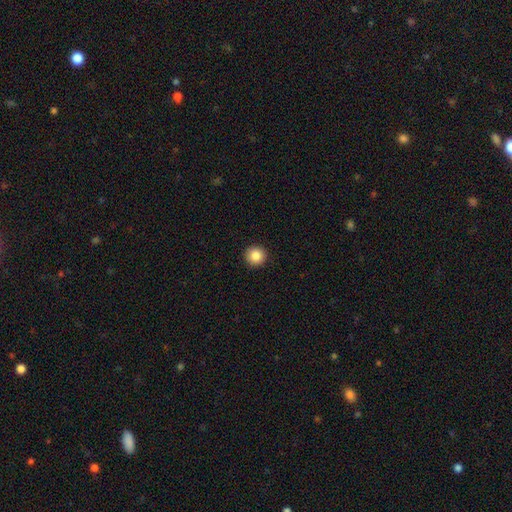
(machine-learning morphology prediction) The model was most divided on "smooth or featured": smooth: 86%, star or artifact: 9%, featured or disk: 4%. More confident: how rounded — round (95%); merging — none (93%).